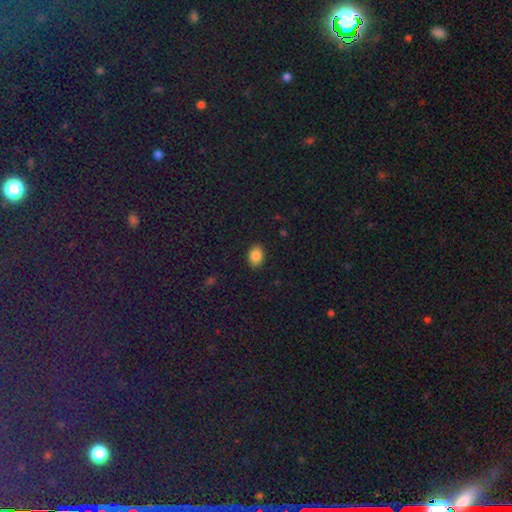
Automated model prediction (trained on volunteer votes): Smooth or featured: smooth — 86% (star or artifact — 9%)
How rounded: in between — 83% (round — 16%)
Merging: none — 88% (minor disturbance — 9%)